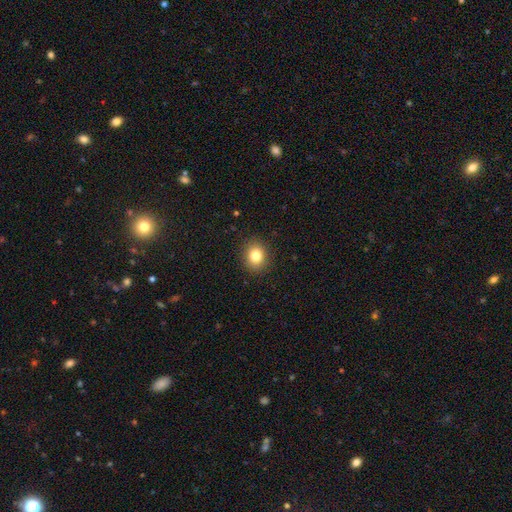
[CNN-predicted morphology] Overall: smooth (81%). How rounded: round (69%; in between 31%). Merging: none (90%).